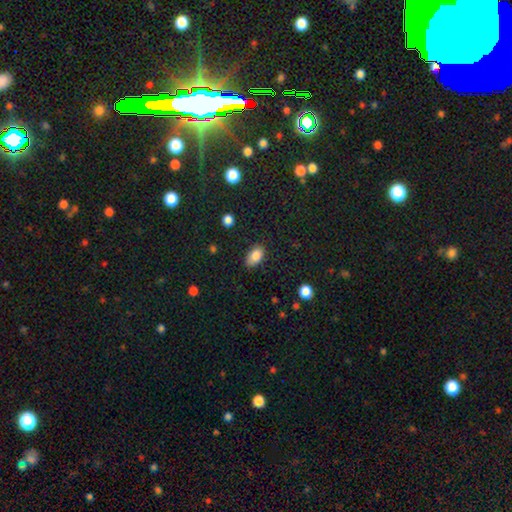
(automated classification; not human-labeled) Q: Smooth or featured?
A: smooth (86%); runner-up: star or artifact (8%)
Q: How rounded?
A: in between (91%); runner-up: round (7%)
Q: Merging?
A: none (79%); runner-up: minor disturbance (17%)